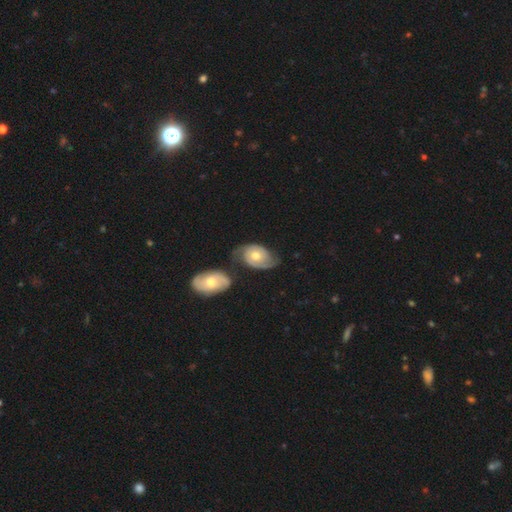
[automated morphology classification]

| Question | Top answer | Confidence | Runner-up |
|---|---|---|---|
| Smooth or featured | featured or disk | 76% | smooth (19%) |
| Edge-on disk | no | 97% | yes (3%) |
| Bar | no | 76% | weak (20%) |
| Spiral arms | yes | 91% | no (9%) |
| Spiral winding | tight | 48% | medium (37%) |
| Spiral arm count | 2 | 78% | can't tell (9%) |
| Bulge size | moderate | 75% | small (15%) |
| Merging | none | 51% | minor disturbance (22%) |